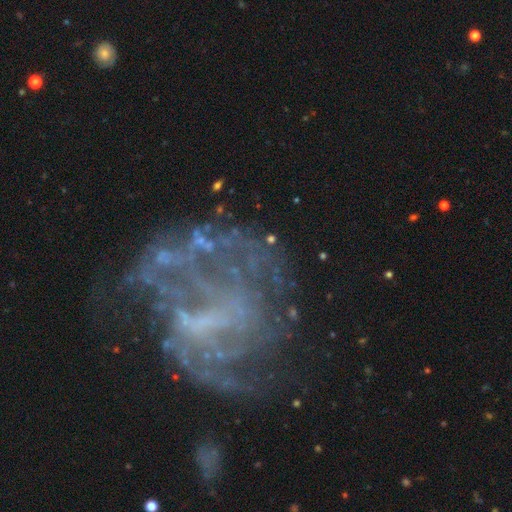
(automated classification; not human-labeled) Q: Smooth or featured?
A: featured or disk (73%); runner-up: star or artifact (16%)
Q: Edge-on disk?
A: no (97%); runner-up: yes (3%)
Q: Bar?
A: no (54%); runner-up: weak (32%)
Q: Spiral arms?
A: yes (56%); runner-up: no (44%)
Q: Bulge size?
A: none (62%); runner-up: small (25%)
Q: Merging?
A: none (48%); runner-up: major disturbance (30%)